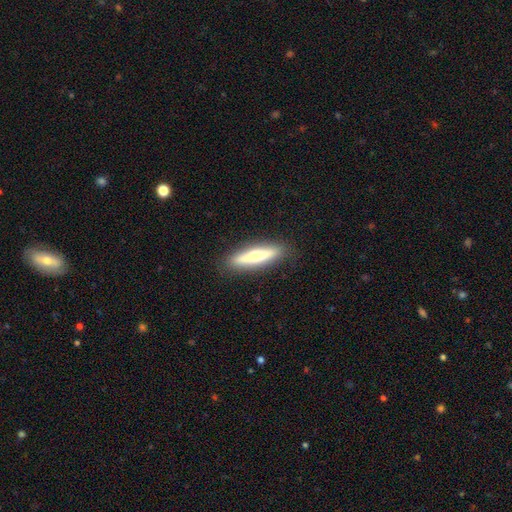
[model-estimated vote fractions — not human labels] Overall: smooth (52%; featured or disk 42%). How rounded: cigar-shaped (79%). Merging: none (89%).